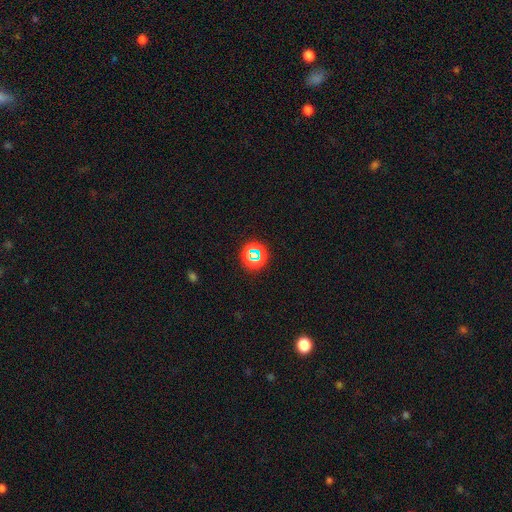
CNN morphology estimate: Smooth or featured? star or artifact (63%)